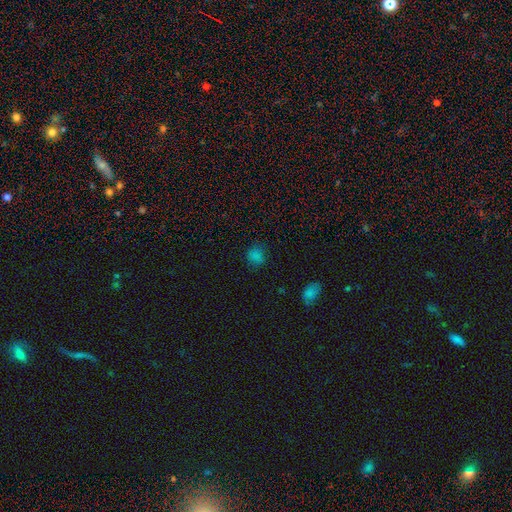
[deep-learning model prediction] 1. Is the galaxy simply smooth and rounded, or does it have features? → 73% smooth, 22% star or artifact, 5% featured or disk.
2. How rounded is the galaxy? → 80% round, 19% in between, 1% cigar-shaped.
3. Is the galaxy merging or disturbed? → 83% none, 12% minor disturbance, 3% major disturbance, 2% merger.